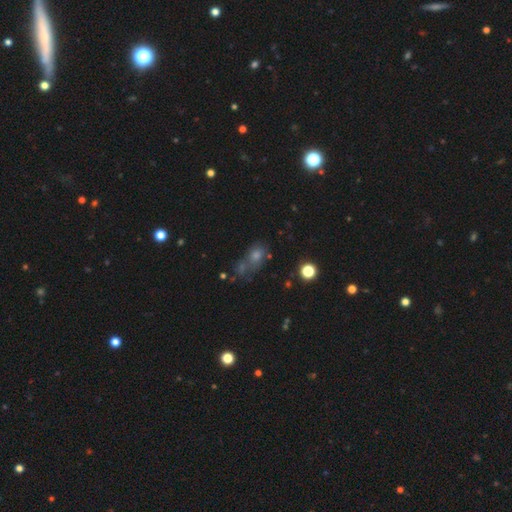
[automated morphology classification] A smooth galaxy with no disk features (55%) that is in between round and cigar-shaped (50%).

Vote fractions:
- Smooth or featured? smooth: 55% / star or artifact: 29% / featured or disk: 15%
- How rounded? in between: 50% / round: 44% / cigar-shaped: 6%
- Merging? none: 41% / merger: 25% / minor disturbance: 19% / major disturbance: 15%